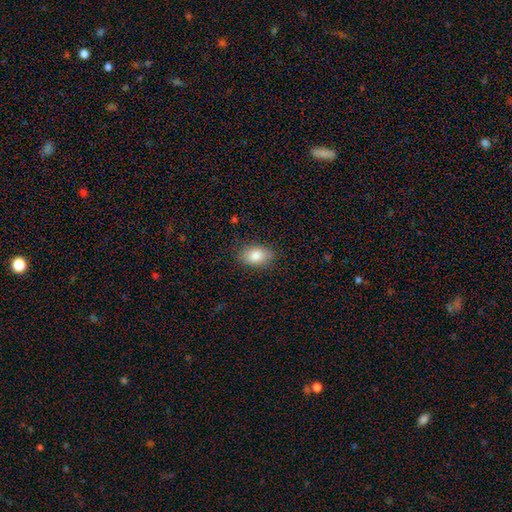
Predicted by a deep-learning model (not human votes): smooth_or_featured: smooth (p=0.84) [alt: featured or disk p=0.08]
how_rounded: in between (p=0.86) [alt: round p=0.12]
merging: none (p=0.84) [alt: minor disturbance p=0.12]